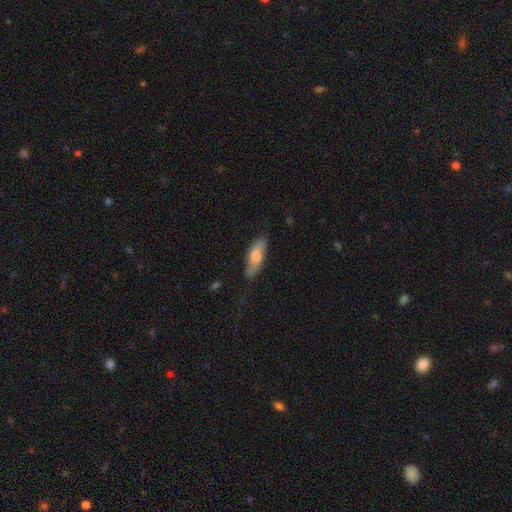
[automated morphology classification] Smooth or featured? smooth (71%)
How rounded? in between (62%)
Merging? none (69%)